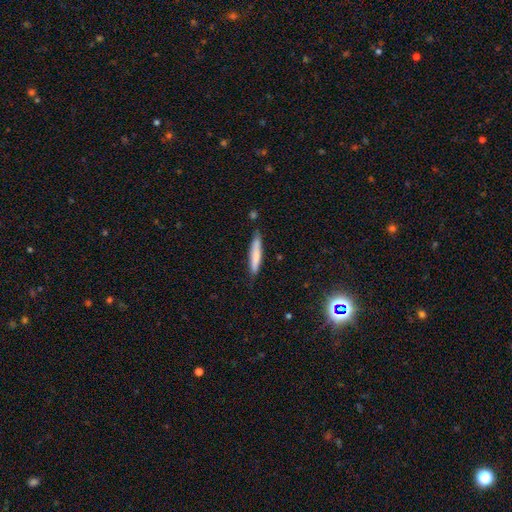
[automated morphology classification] smooth-or-featured: smooth: 76% | featured or disk: 18% | star or artifact: 6%
  how-rounded: cigar-shaped: 91% | in between: 8% | round: 1%
  merging: none: 81% | minor disturbance: 14% | major disturbance: 2% | merger: 2%